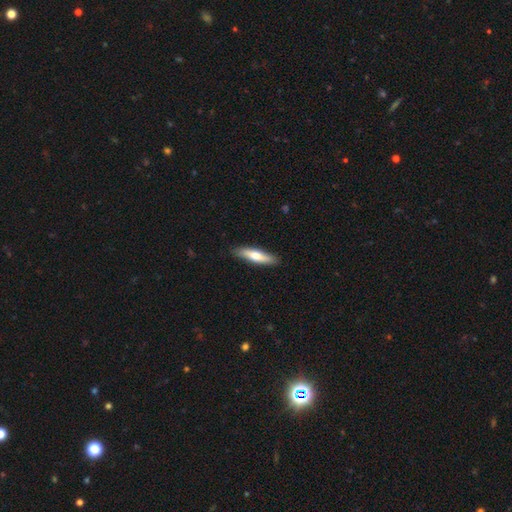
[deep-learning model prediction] Overall: smooth (65%; featured or disk 30%). How rounded: cigar-shaped (77%). Merging: none (88%).